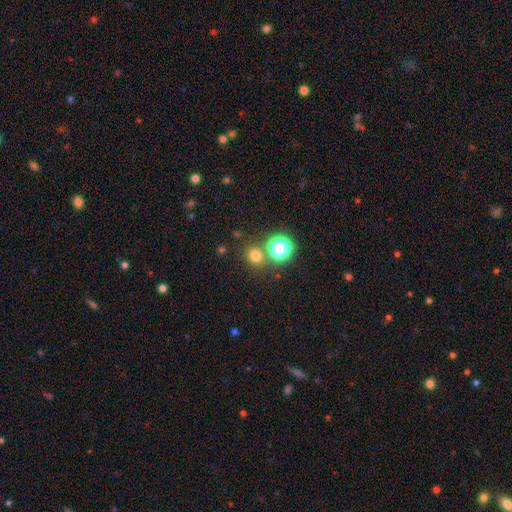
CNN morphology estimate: Smooth or featured? Predicted: smooth (p=0.69). How rounded? Predicted: round (p=0.85). Merging? Predicted: none (p=0.77).